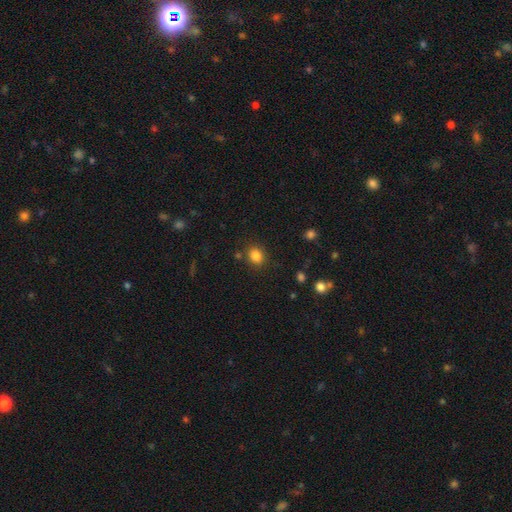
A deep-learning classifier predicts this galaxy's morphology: The model was most divided on "how rounded": round: 58%, in between: 41%, cigar-shaped: 1%. More confident: smooth or featured — smooth (84%); merging — none (83%).